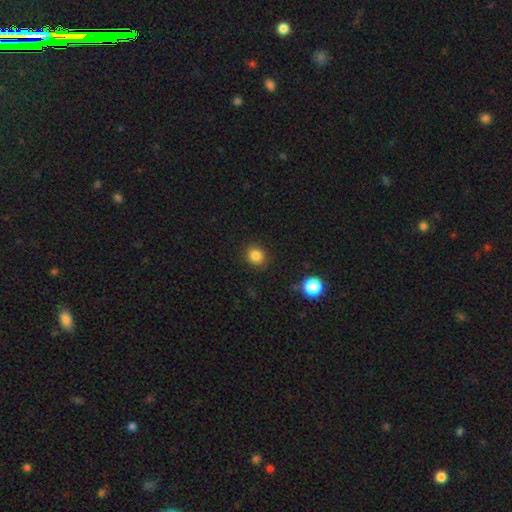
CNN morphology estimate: The model was most divided on "smooth or featured": smooth: 84%, star or artifact: 12%, featured or disk: 5%. More confident: merging — none (90%); how rounded — round (88%).